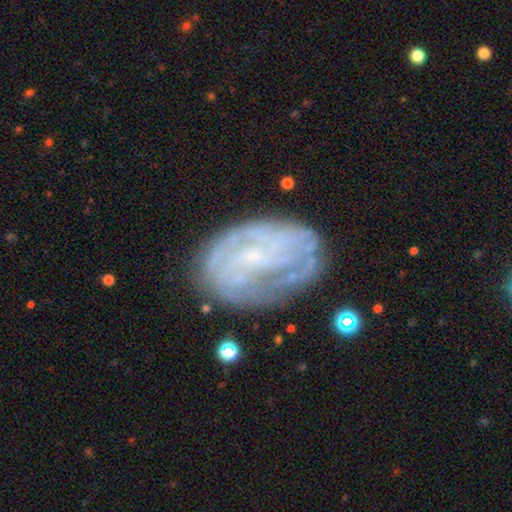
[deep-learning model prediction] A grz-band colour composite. It shows a featured or disk galaxy (76%) with no bar (58%), tight (61%) spiral arms (81%) and a small central bulge (79%). Merging: none (65%).